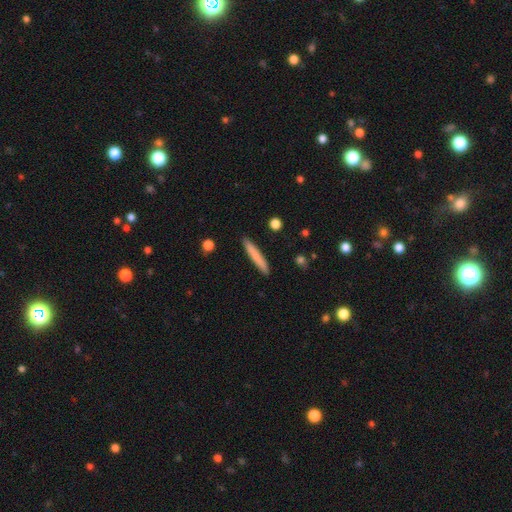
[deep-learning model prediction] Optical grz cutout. It shows a smooth galaxy with no disk features (77%) that is cigar-shaped (95%). Merging: none (91%).